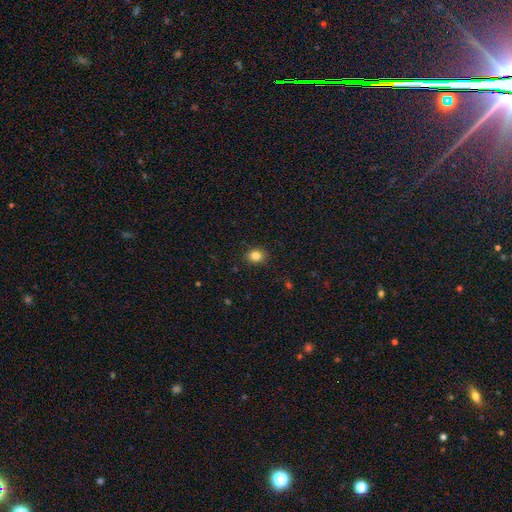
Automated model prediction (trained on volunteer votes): smooth-or-featured: smooth: 83% | star or artifact: 11% | featured or disk: 6%
  how-rounded: round: 62% | in between: 38% | cigar-shaped: 1%
  merging: none: 88% | minor disturbance: 9% | major disturbance: 2% | merger: 1%